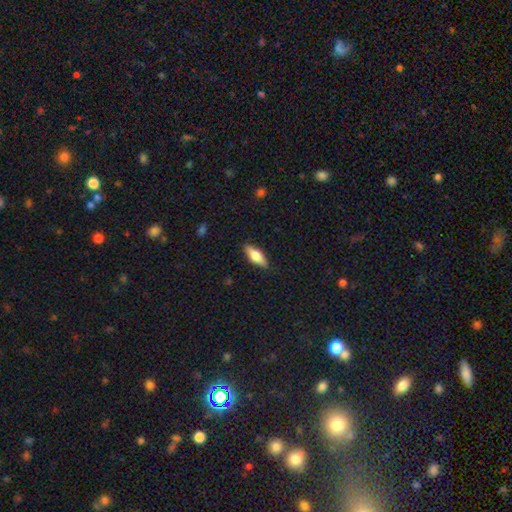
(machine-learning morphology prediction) Overall: smooth (65%; featured or disk 29%). How rounded: in between (65%; cigar-shaped 33%). Merging: none (87%).